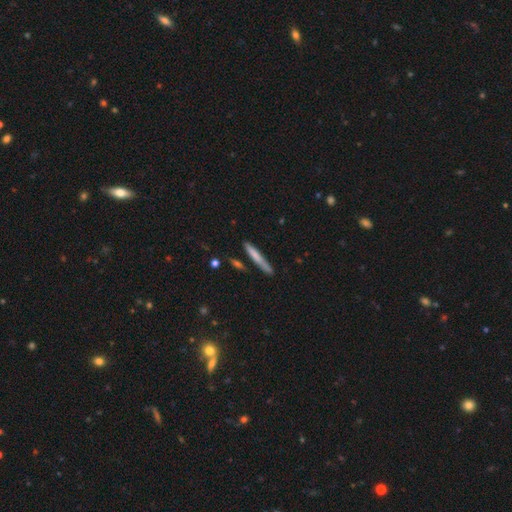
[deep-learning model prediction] Smooth or featured? smooth (69%)
How rounded? cigar-shaped (95%)
Merging? none (81%)